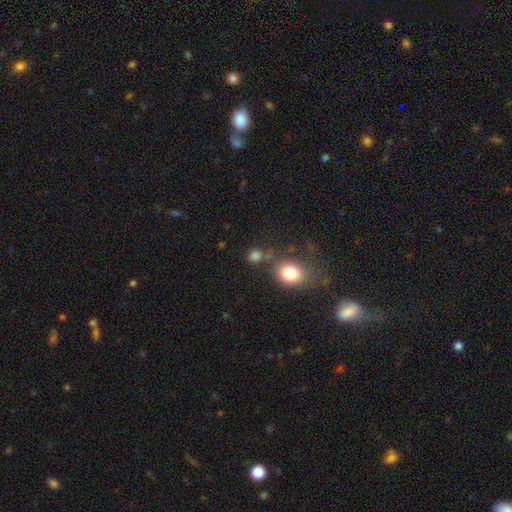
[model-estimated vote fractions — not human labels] Smooth or featured? Predicted: smooth (p=0.78). How rounded? Predicted: round (p=0.76). Merging? Predicted: none (p=0.66).